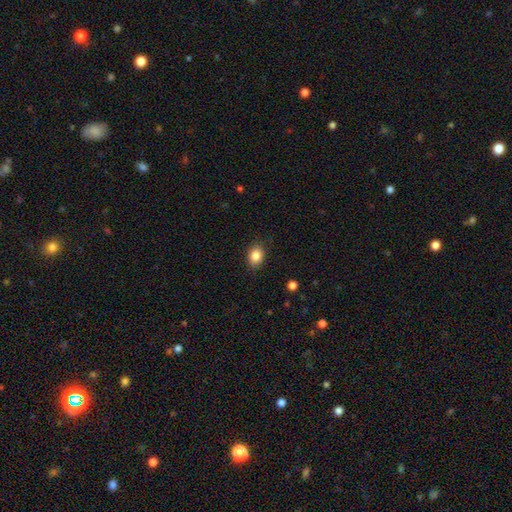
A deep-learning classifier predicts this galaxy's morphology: Smooth or featured? Predicted: smooth (p=0.85). How rounded? Predicted: in between (p=0.59). Merging? Predicted: none (p=0.87).